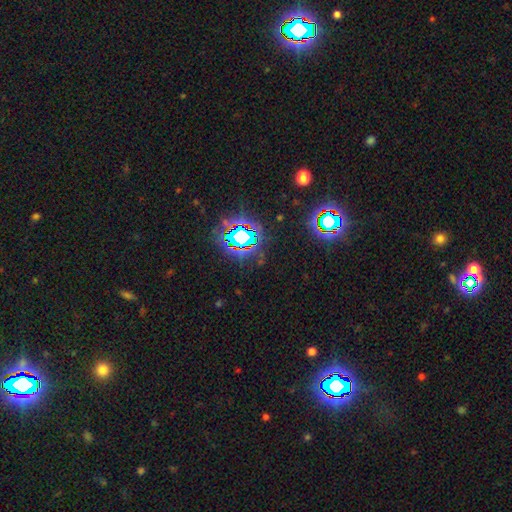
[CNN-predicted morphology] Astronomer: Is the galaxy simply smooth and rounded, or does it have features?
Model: star or artifact — 80%.